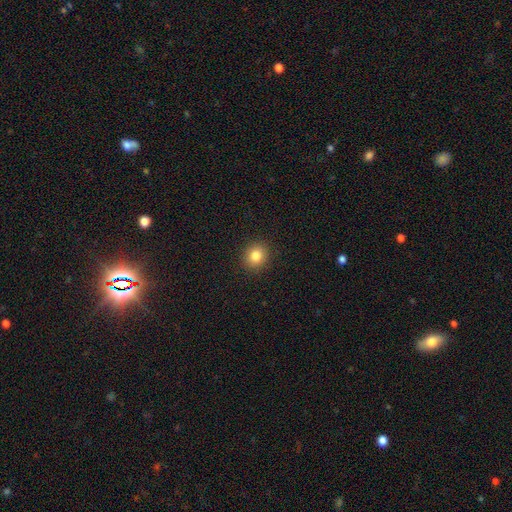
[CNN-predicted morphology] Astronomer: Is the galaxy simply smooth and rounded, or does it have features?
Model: smooth — 83%.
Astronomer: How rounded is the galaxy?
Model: round — 78%.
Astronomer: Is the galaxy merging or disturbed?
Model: none — 91%.